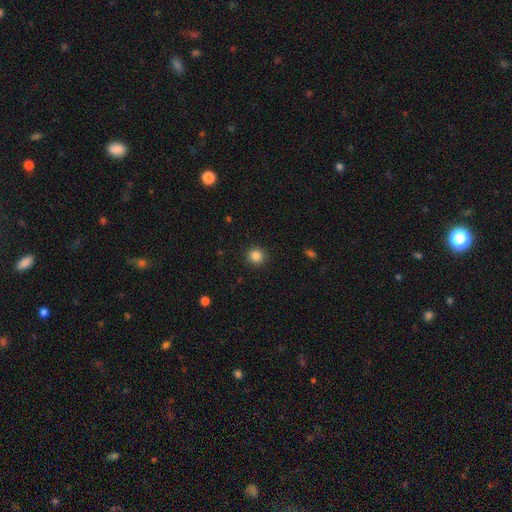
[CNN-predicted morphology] A smooth galaxy with no disk features (85%) that is round (93%). Merging: none (92%).